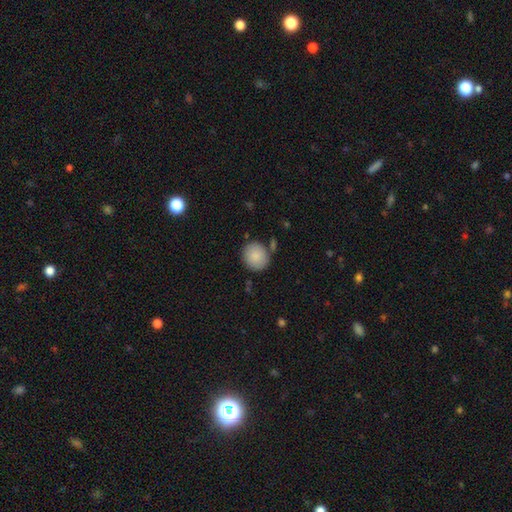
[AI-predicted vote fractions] Morphology: type=smooth (87%); roundness=round (87%); merging=none (80%).